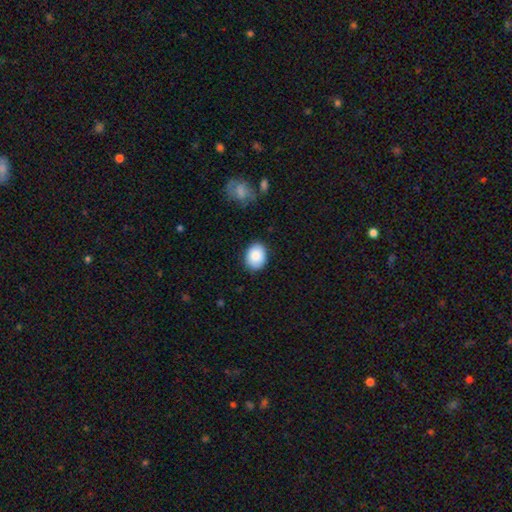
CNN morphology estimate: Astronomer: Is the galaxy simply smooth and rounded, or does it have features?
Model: smooth — 87%.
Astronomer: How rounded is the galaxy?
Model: in between — 61% (runner-up: round, 38%).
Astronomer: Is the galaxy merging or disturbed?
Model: none — 85%.